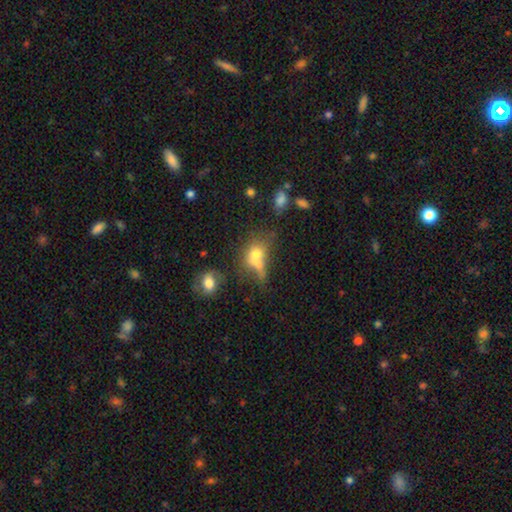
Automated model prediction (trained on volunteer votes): smooth-or-featured: smooth: 63% | featured or disk: 22% | star or artifact: 16%
  how-rounded: in between: 53% | round: 43% | cigar-shaped: 5%
  merging: merger: 37% | none: 26% | major disturbance: 21% | minor disturbance: 16%